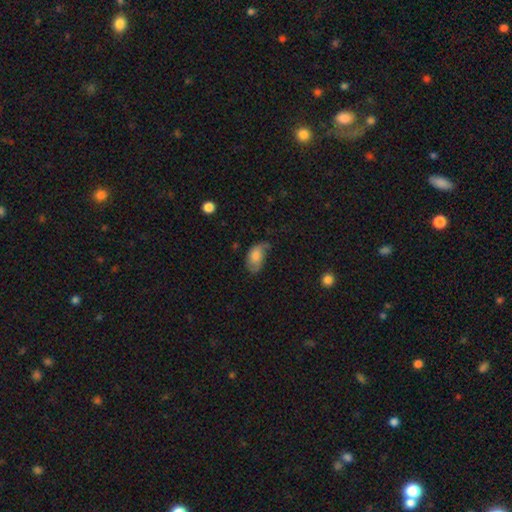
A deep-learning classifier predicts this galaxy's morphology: This appears to be a smooth galaxy with no disk features (70%) that is in between round and cigar-shaped (92%). Merging: none (39%).